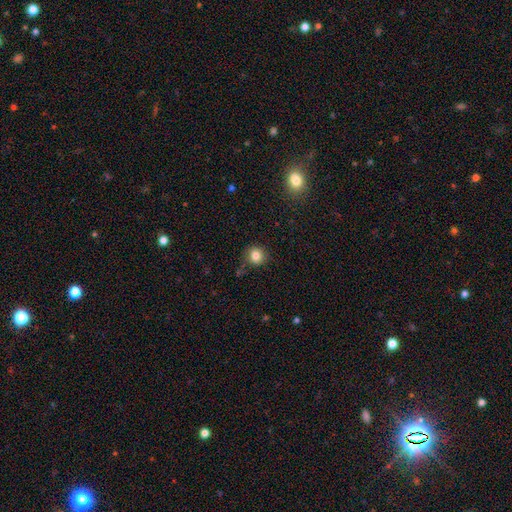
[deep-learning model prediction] Smooth or featured?
  - smooth: 83% *
  - star or artifact: 11%
  - featured or disk: 6%
How rounded?
  - round: 88% *
  - in between: 11%
  - cigar-shaped: 1%
Merging?
  - none: 80% *
  - minor disturbance: 13%
  - major disturbance: 3%
  - merger: 3%